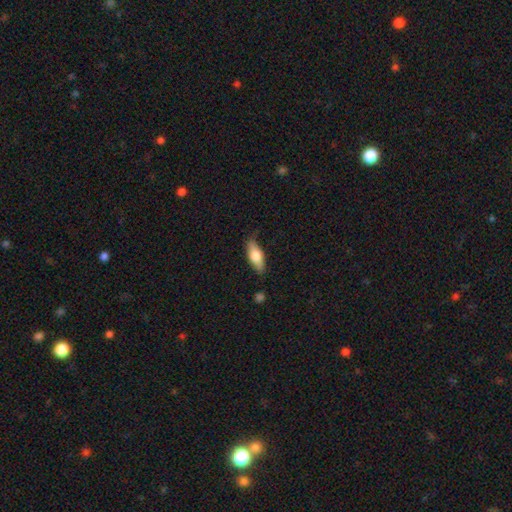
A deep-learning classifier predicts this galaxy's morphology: smooth-or-featured: smooth: 67% | featured or disk: 27% | star or artifact: 6%
  how-rounded: in between: 72% | cigar-shaped: 25% | round: 3%
  merging: none: 80% | minor disturbance: 15% | major disturbance: 3% | merger: 2%